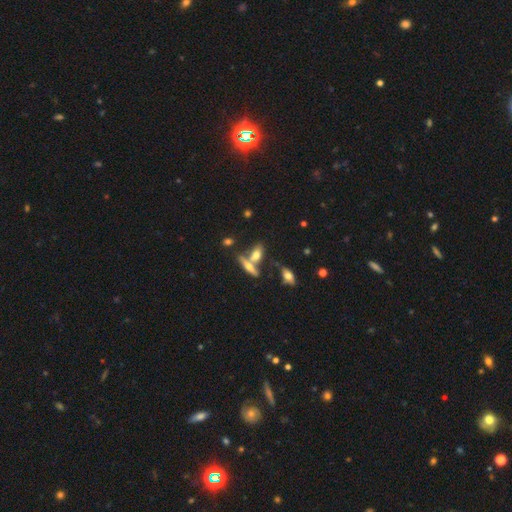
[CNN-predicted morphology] A smooth galaxy with no disk features (52%) that is in between round and cigar-shaped (57%). Merging: none (47%).